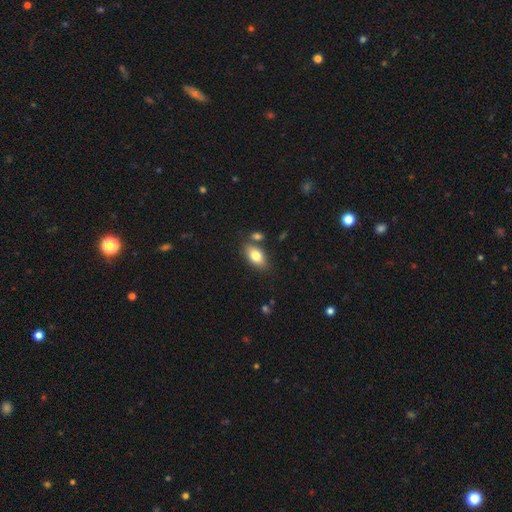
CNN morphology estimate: Smooth or featured: smooth — 79% (featured or disk — 14%)
How rounded: in between — 90% (round — 5%)
Merging: none — 74% (minor disturbance — 13%)